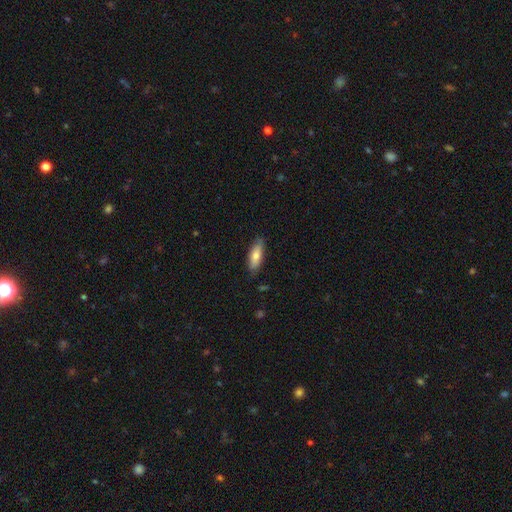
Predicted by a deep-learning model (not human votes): Smooth or featured?
  - smooth: 76% *
  - featured or disk: 18%
  - star or artifact: 6%
How rounded?
  - in between: 65% *
  - cigar-shaped: 33%
  - round: 2%
Merging?
  - none: 83% *
  - minor disturbance: 14%
  - major disturbance: 2%
  - merger: 1%